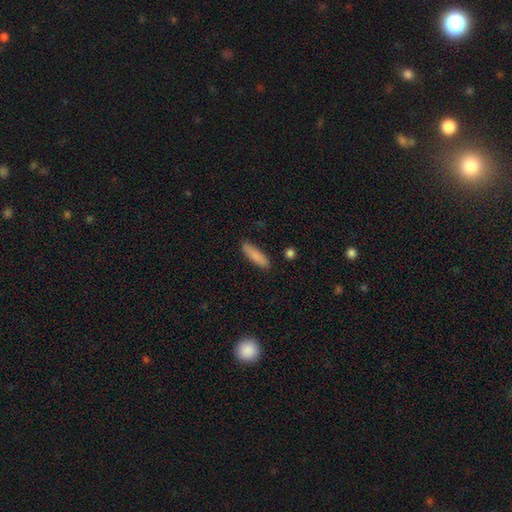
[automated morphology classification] smooth-or-featured: smooth: 85% | featured or disk: 8% | star or artifact: 7%
  how-rounded: cigar-shaped: 70% | in between: 28% | round: 2%
  merging: none: 86% | minor disturbance: 10% | major disturbance: 2% | merger: 2%